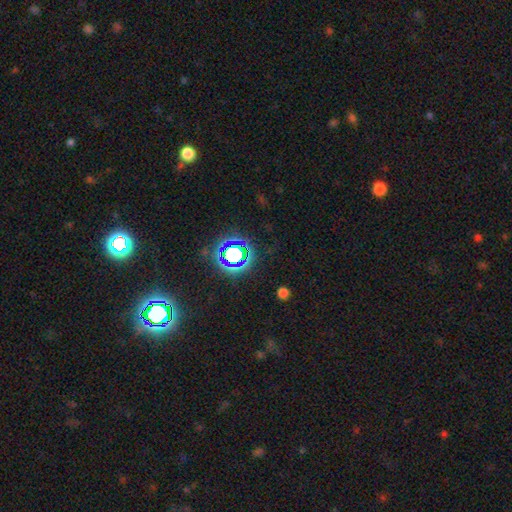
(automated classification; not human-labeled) This appears to be a star or artifact, not a galaxy (76%).